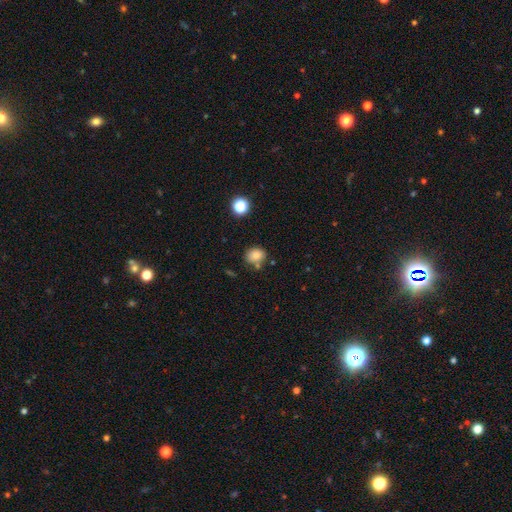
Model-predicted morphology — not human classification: Q: Smooth or featured?
A: smooth (82%); runner-up: star or artifact (11%)
Q: How rounded?
A: round (53%); runner-up: in between (46%)
Q: Merging?
A: none (70%); runner-up: minor disturbance (15%)